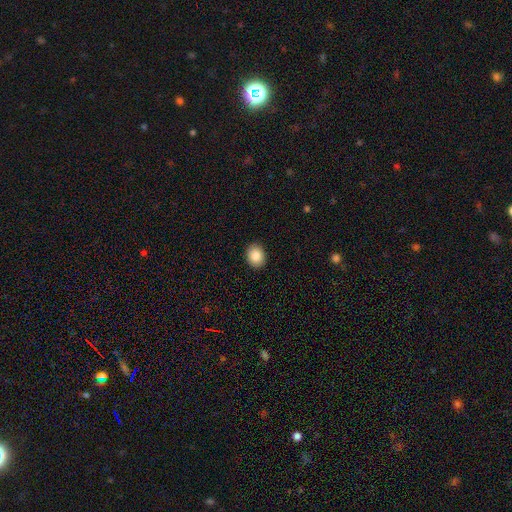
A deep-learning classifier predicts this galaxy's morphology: smooth 87%, star or artifact 8%, featured or disk 5%. Down the decision tree: how rounded — in between (53%); merging — none (90%).